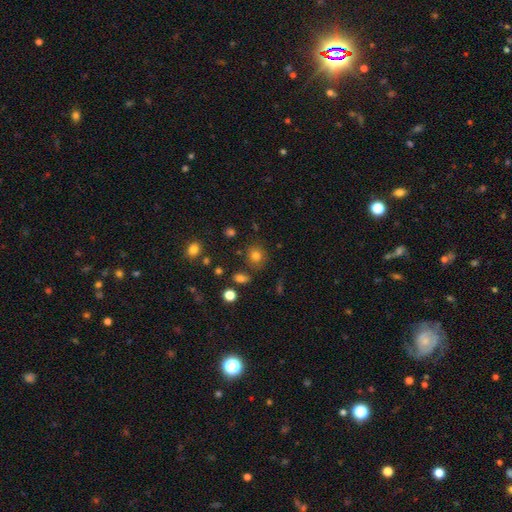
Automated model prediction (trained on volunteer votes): This is likely a smooth galaxy (78%). How rounded: likely round (79%). Merging: likely none (79%).